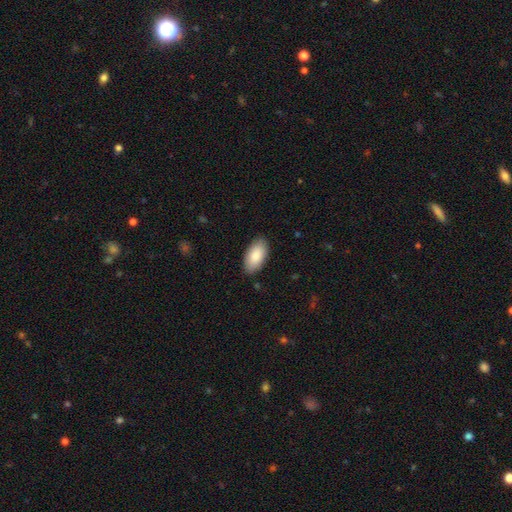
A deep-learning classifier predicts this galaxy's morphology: A smooth galaxy with no disk features (88%) that is in between round and cigar-shaped (96%). Merging: none (87%).